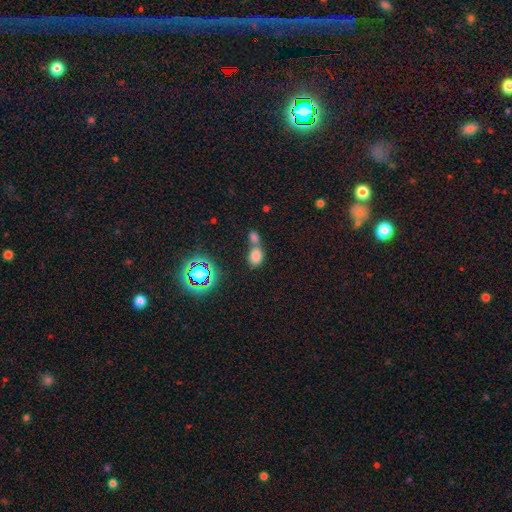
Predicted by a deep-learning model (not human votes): Smooth or featured?
  - smooth: 76% *
  - star or artifact: 16%
  - featured or disk: 8%
How rounded?
  - in between: 67% *
  - round: 31%
  - cigar-shaped: 2%
Merging?
  - merger: 56% *
  - none: 32%
  - minor disturbance: 8%
  - major disturbance: 4%